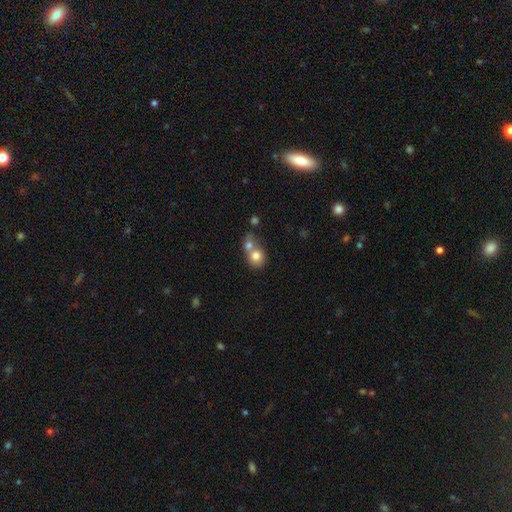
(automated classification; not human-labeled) Q: Smooth or featured?
A: smooth (76%); runner-up: featured or disk (15%)
Q: How rounded?
A: round (75%); runner-up: in between (24%)
Q: Merging?
A: merger (62%); runner-up: none (28%)